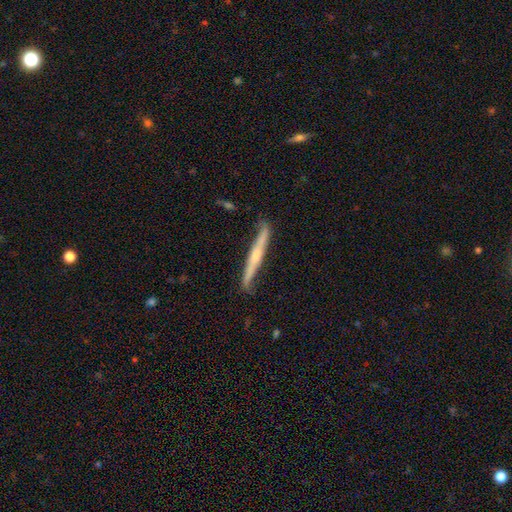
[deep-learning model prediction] This appears to be a featured or disk galaxy (66%) viewed edge-on (92%) with a rounded central bulge (70%). Merging: none (78%).